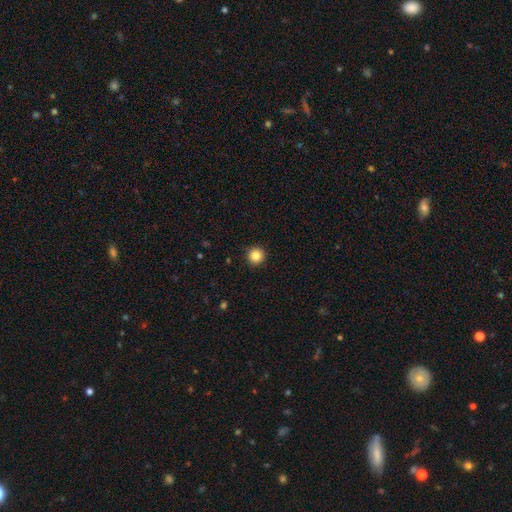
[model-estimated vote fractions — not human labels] A smooth galaxy with no disk features (85%) that is round (96%).

Vote fractions:
- Smooth or featured? smooth: 85% / star or artifact: 10% / featured or disk: 4%
- How rounded? round: 96% / in between: 3% / cigar-shaped: 1%
- Merging? none: 93% / minor disturbance: 4% / major disturbance: 1% / merger: 1%